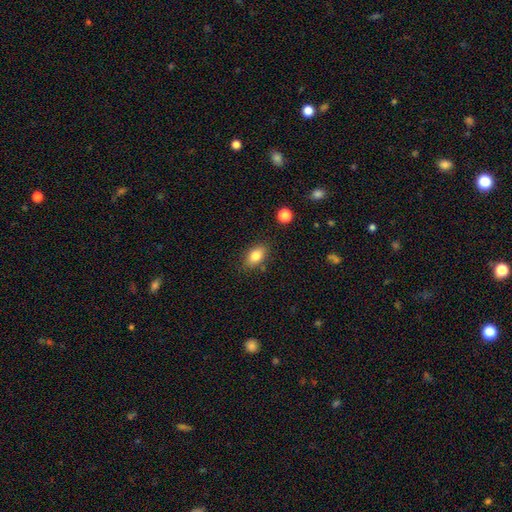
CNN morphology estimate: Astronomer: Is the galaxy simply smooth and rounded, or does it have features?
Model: smooth — 82%.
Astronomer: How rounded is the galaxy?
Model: in between — 86%.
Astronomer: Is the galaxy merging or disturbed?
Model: none — 82%.